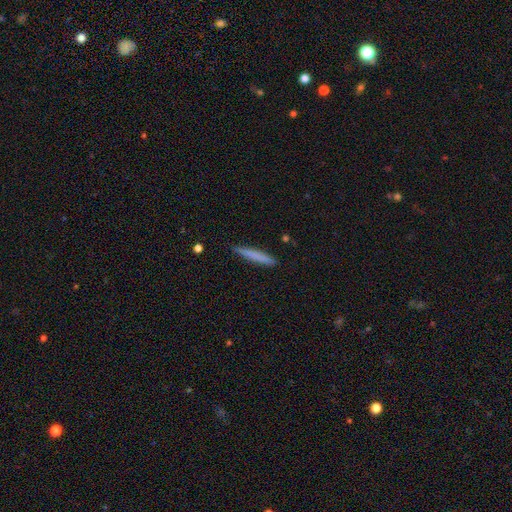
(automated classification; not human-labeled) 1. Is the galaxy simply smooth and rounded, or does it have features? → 74% smooth, 21% featured or disk, 6% star or artifact.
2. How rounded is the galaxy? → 96% cigar-shaped, 3% in between, 1% round.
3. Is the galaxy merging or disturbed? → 89% none, 8% minor disturbance, 1% major disturbance, 1% merger.